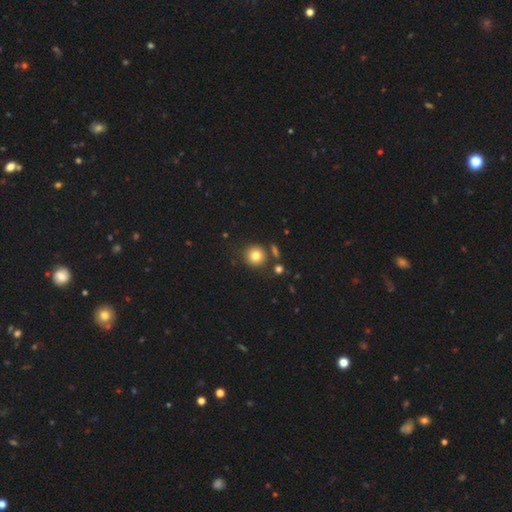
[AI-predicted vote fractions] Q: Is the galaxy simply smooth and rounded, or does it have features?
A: smooth — 81%.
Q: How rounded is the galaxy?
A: round — 91%.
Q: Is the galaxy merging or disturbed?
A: none — 78%.